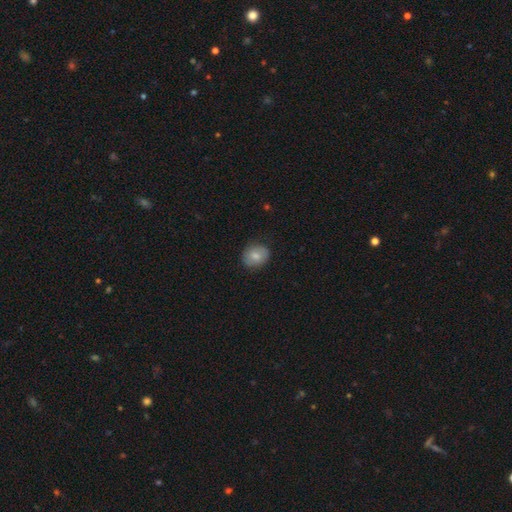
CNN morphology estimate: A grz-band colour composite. It shows a smooth galaxy with no disk features (79%) that is round (60%). Merging: none (84%).